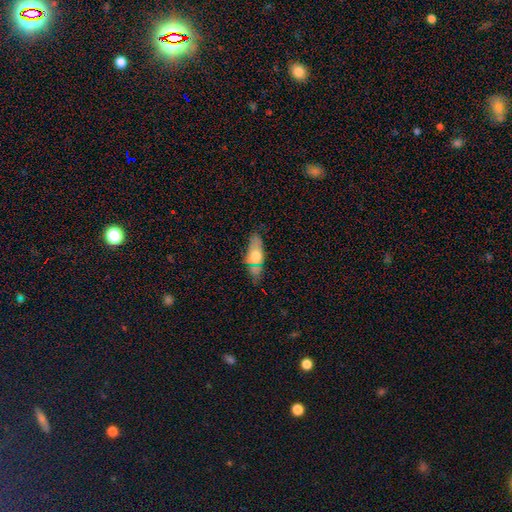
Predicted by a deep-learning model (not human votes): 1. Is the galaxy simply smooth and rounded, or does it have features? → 62% smooth, 29% featured or disk, 10% star or artifact.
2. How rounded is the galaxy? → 71% in between, 24% cigar-shaped, 5% round.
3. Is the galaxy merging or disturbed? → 64% none, 25% minor disturbance, 8% major disturbance, 3% merger.